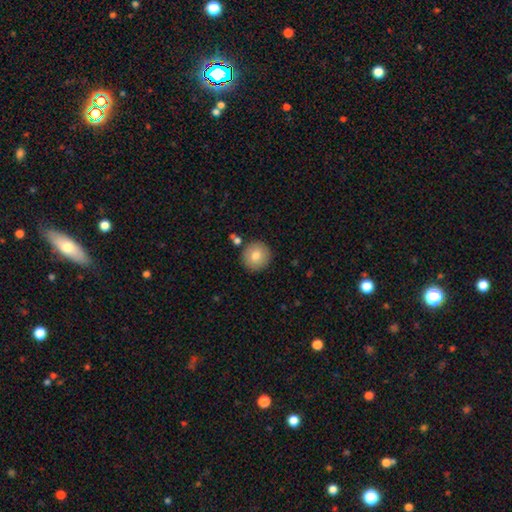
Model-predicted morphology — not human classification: A smooth galaxy with no disk features (80%) that is round (94%). Merging: none (86%).